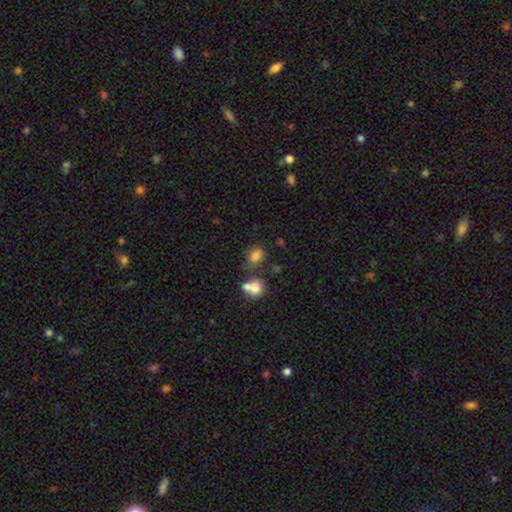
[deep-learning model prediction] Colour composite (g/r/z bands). It shows a smooth galaxy with no disk features (79%) that is in between round and cigar-shaped (74%). Merging: none (54%).